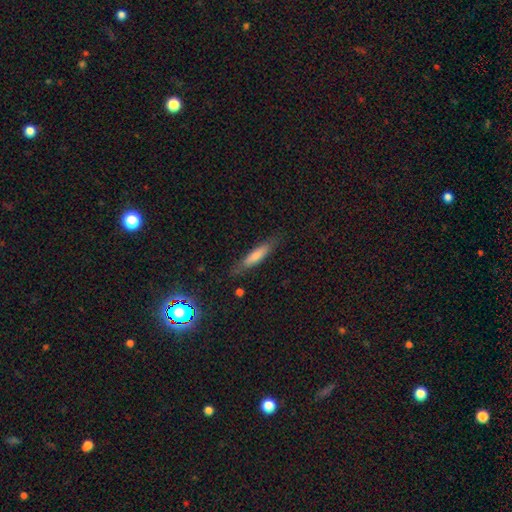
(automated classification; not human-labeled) Morphology: type=smooth (49%); merging=none (82%).